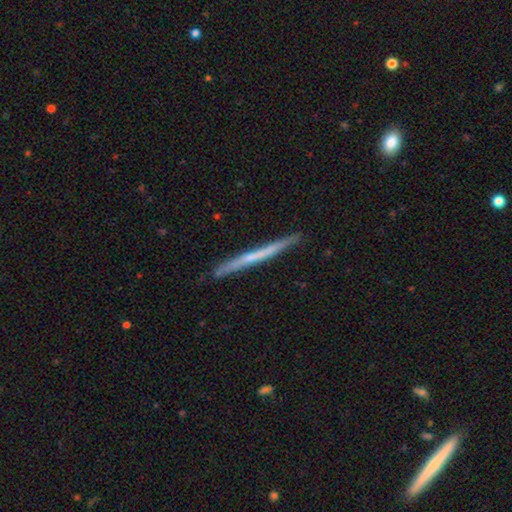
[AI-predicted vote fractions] This is possibly a featured or disk galaxy (56%). It is clearly viewed edge-on (97%). Edge-on bulge: clearly none (82%). Merging: clearly none (89%).